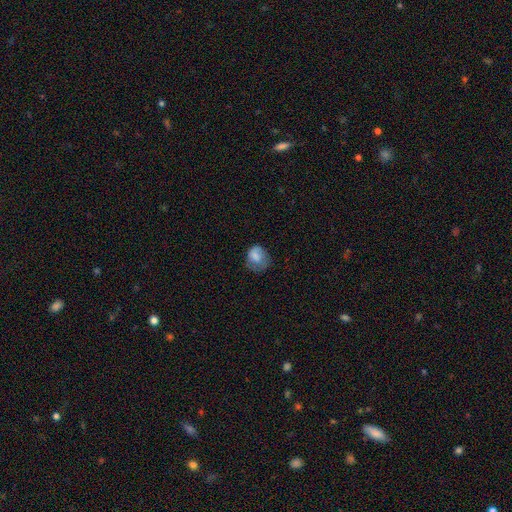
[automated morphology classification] A smooth galaxy with no disk features (73%) that is round (60%). Merging: none (44%).